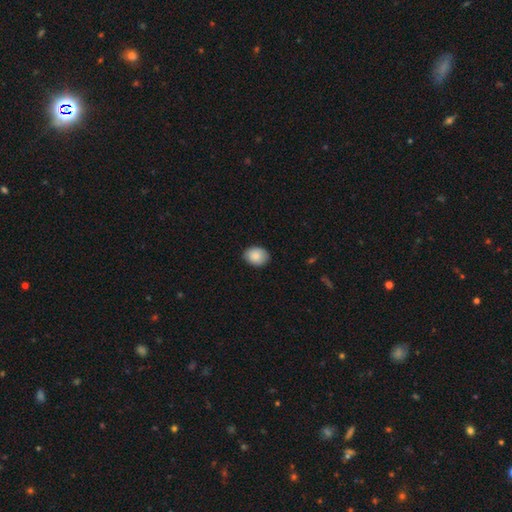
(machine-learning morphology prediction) A smooth galaxy with no disk features (88%) that is in between round and cigar-shaped (58%).

Vote fractions:
- Smooth or featured? smooth: 88% / star or artifact: 7% / featured or disk: 5%
- How rounded? in between: 58% / round: 41% / cigar-shaped: 1%
- Merging? none: 86% / minor disturbance: 11% / major disturbance: 2% / merger: 1%